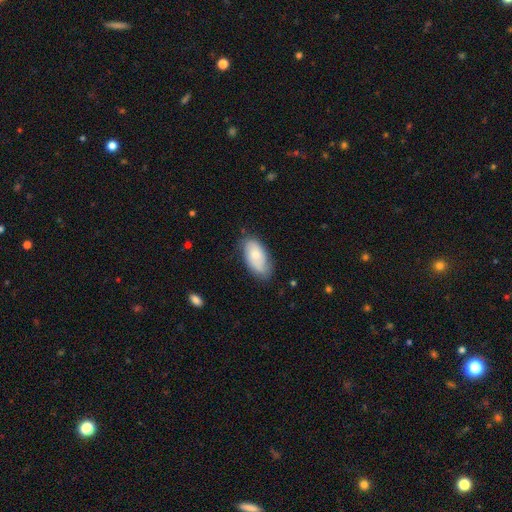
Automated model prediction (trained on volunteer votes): Smooth or featured? smooth (69%)
How rounded? in between (93%)
Merging? none (70%)